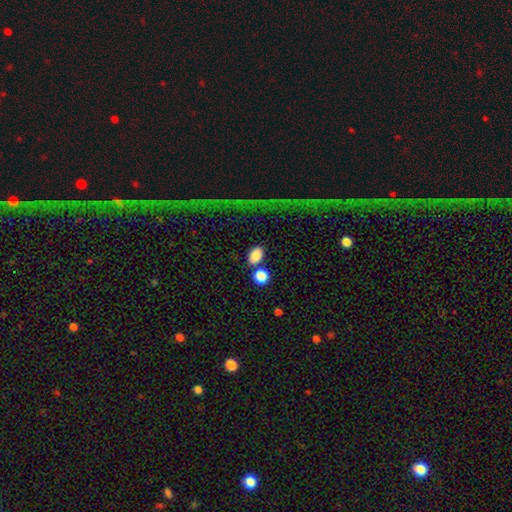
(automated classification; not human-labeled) smooth_or_featured: smooth (p=0.85) [alt: star or artifact p=0.09]
how_rounded: in between (p=0.73) [alt: round p=0.26]
merging: none (p=0.69) [alt: merger p=0.18]